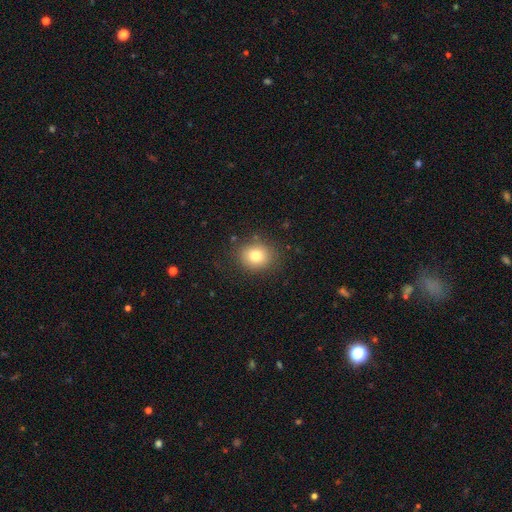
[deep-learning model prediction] Smooth or featured? smooth (80%)
How rounded? round (71%)
Merging? none (85%)